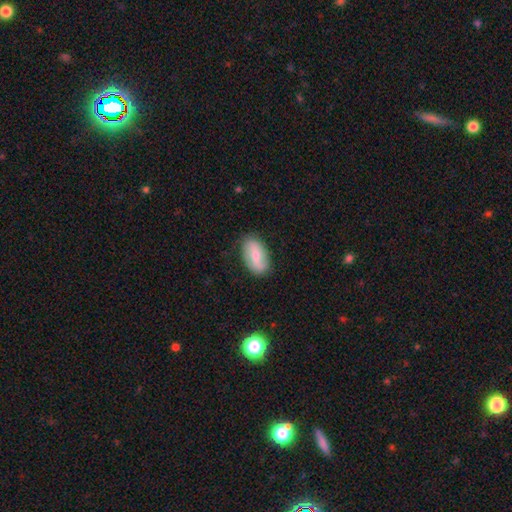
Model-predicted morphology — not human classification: Smooth or featured? Predicted: smooth (p=0.54). How rounded? Predicted: in between (p=0.92). Merging? Predicted: none (p=0.81).